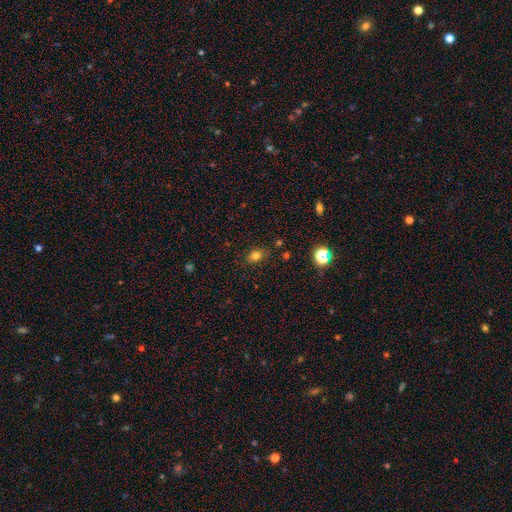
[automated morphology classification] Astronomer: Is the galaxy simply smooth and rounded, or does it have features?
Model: smooth — 78%.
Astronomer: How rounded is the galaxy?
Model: in between — 68%.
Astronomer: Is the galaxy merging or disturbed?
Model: none — 82%.